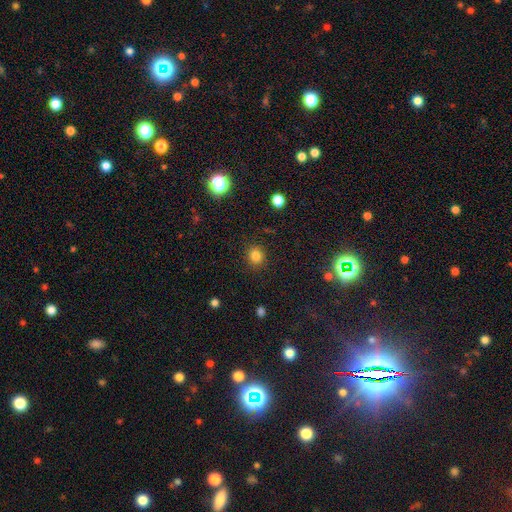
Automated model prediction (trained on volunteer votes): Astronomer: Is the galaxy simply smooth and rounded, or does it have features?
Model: smooth — 82%.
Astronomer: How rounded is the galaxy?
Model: round — 85%.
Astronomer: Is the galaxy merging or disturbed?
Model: none — 89%.